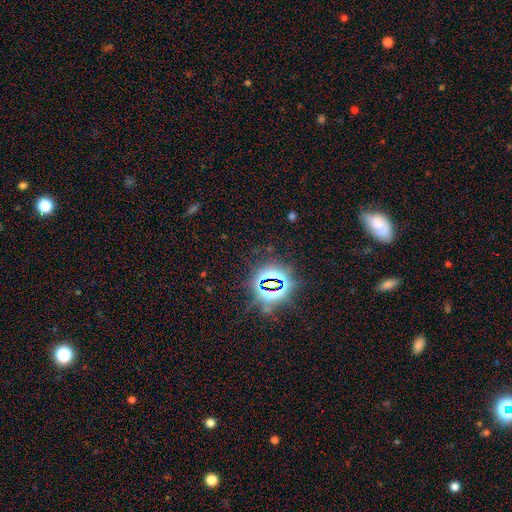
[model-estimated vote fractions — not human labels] Smooth or featured? Predicted: star or artifact (p=0.81).